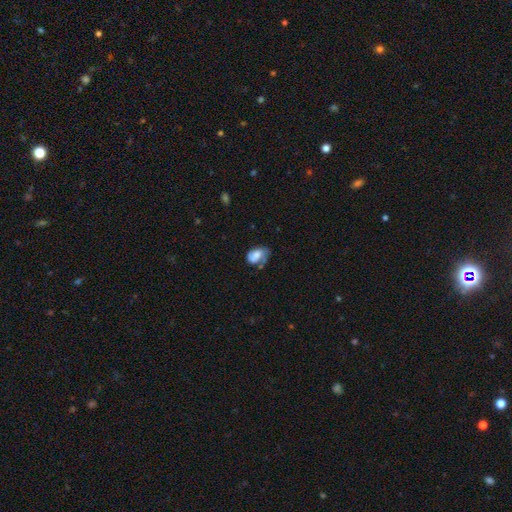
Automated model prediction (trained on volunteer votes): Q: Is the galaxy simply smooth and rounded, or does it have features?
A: smooth — 50%.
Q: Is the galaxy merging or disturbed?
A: none — 35%.